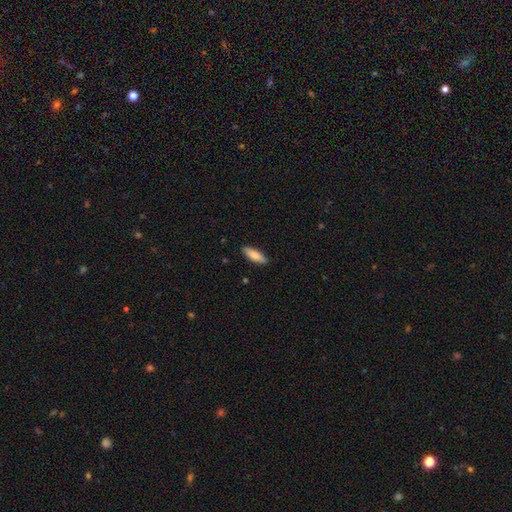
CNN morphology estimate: This is clearly a smooth galaxy (82%). How rounded: possibly in between (57%). Merging: clearly none (88%).